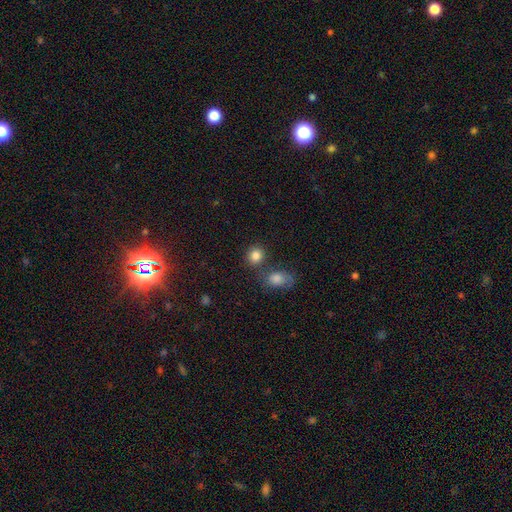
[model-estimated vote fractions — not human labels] smooth_or_featured: smooth (p=0.84) [alt: star or artifact p=0.10]
how_rounded: round (p=0.75) [alt: in between p=0.24]
merging: none (p=0.67) [alt: merger p=0.19]